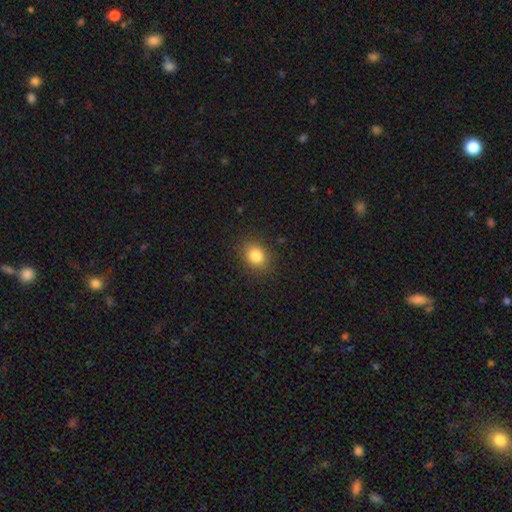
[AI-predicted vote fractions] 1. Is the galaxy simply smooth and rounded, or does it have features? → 84% smooth, 10% star or artifact, 6% featured or disk.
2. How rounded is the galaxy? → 54% in between, 45% round, 1% cigar-shaped.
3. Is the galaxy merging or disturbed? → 87% none, 9% minor disturbance, 3% major disturbance, 1% merger.